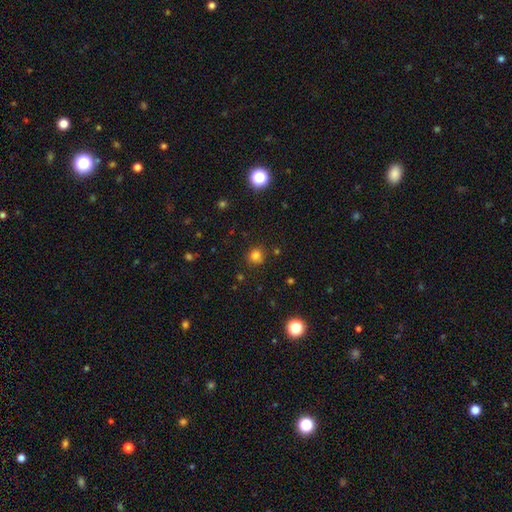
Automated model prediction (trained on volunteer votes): The model was most divided on "smooth or featured": smooth: 79%, star or artifact: 16%, featured or disk: 5%. More confident: how rounded — round (88%); merging — none (83%).